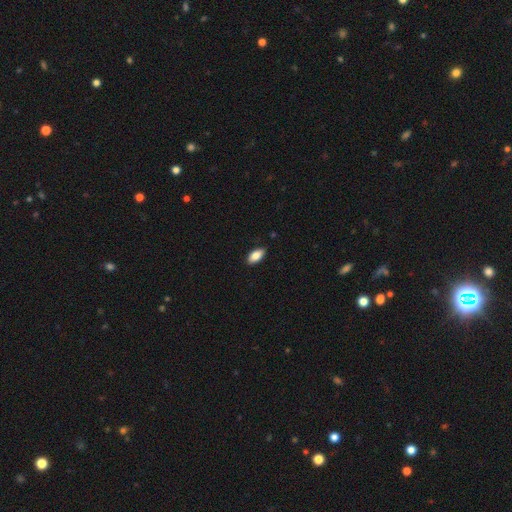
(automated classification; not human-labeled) Smooth or featured?
  - smooth: 84% *
  - featured or disk: 9%
  - star or artifact: 7%
How rounded?
  - in between: 90% *
  - cigar-shaped: 7%
  - round: 3%
Merging?
  - none: 89% *
  - minor disturbance: 9%
  - major disturbance: 2%
  - merger: 1%